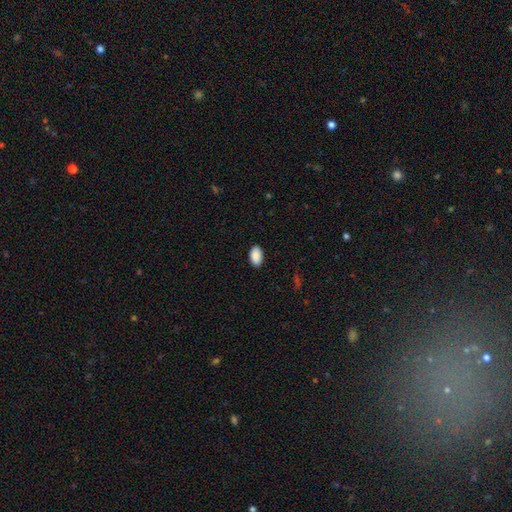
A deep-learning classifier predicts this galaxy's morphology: This is clearly a smooth galaxy (90%). How rounded: clearly in between (94%). Merging: clearly none (88%).